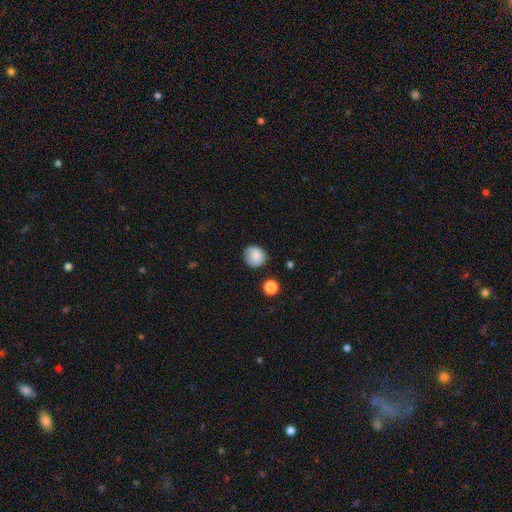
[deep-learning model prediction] Smooth or featured? Predicted: smooth (p=0.84). How rounded? Predicted: round (p=0.86). Merging? Predicted: none (p=0.77).